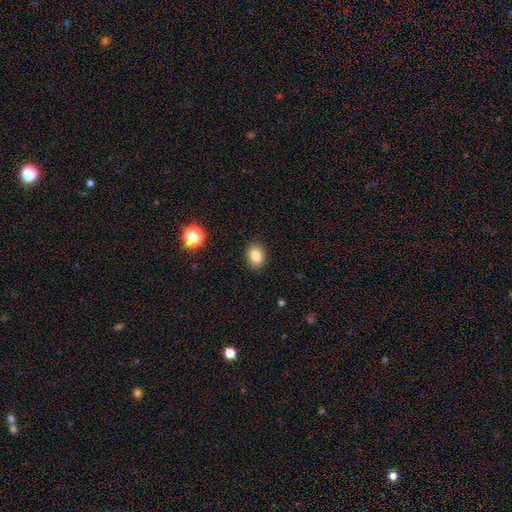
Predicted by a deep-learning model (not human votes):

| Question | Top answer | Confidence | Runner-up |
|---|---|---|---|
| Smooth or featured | smooth | 82% | star or artifact (11%) |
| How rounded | in between | 67% | round (32%) |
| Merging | none | 89% | minor disturbance (8%) |